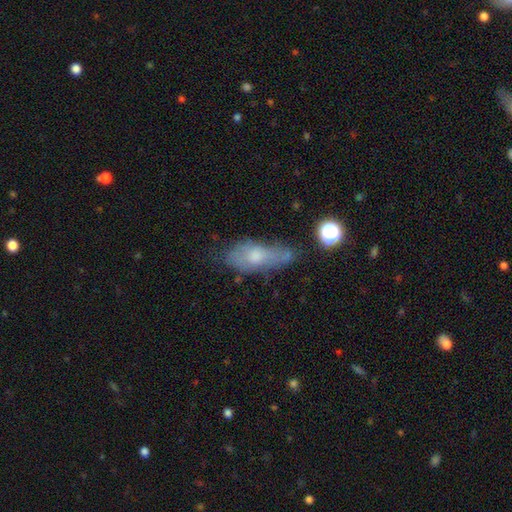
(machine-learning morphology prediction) Smooth or featured? smooth (55%)
How rounded? in between (67%)
Merging? none (47%)